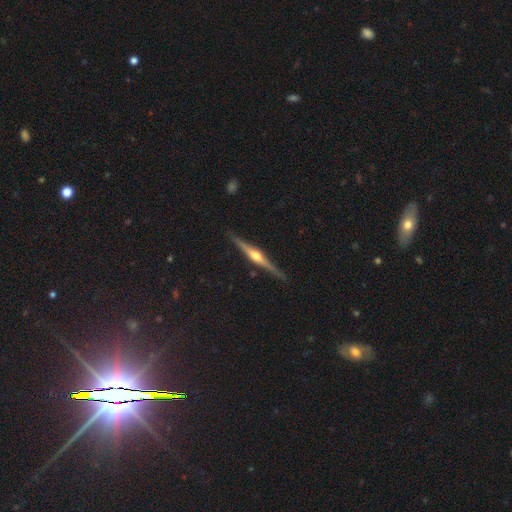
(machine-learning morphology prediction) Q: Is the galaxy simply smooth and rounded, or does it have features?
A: featured or disk — 84%.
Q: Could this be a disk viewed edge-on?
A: yes — 98%.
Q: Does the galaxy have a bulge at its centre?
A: rounded — 93%.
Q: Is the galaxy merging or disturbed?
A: none — 90%.